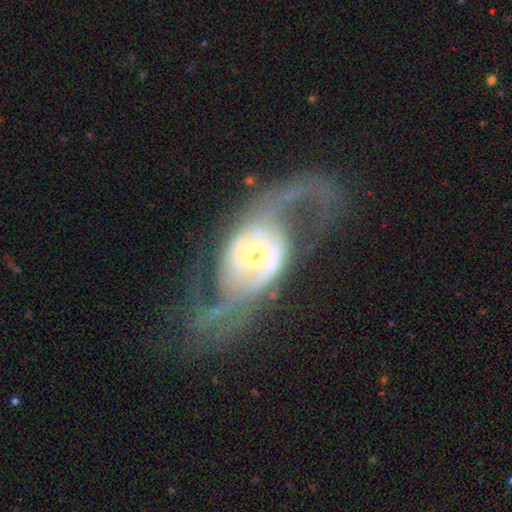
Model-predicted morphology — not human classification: Q: Smooth or featured?
A: featured or disk (87%); runner-up: smooth (8%)
Q: Edge-on disk?
A: no (94%); runner-up: yes (6%)
Q: Bar?
A: no (50%); runner-up: weak (33%)
Q: Spiral arms?
A: yes (89%); runner-up: no (11%)
Q: Spiral winding?
A: loose (42%); runner-up: medium (41%)
Q: Spiral arm count?
A: 2 (82%); runner-up: can't tell (8%)
Q: Bulge size?
A: moderate (60%); runner-up: small (27%)
Q: Merging?
A: none (58%); runner-up: major disturbance (25%)